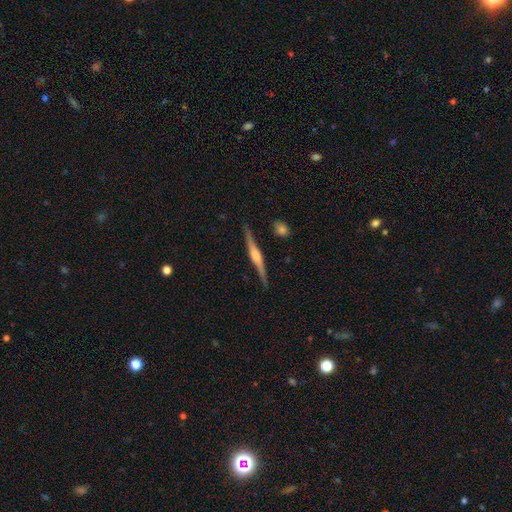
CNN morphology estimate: This appears to be a featured or disk galaxy (77%) viewed edge-on (98%) with a rounded central bulge (71%). Merging: none (86%).